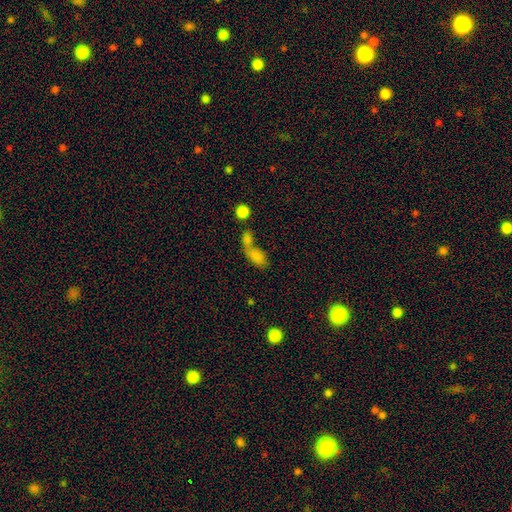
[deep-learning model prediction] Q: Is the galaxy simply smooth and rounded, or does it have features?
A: smooth — 76%.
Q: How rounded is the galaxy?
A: in between — 83%.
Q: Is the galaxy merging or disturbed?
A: merger — 58%.